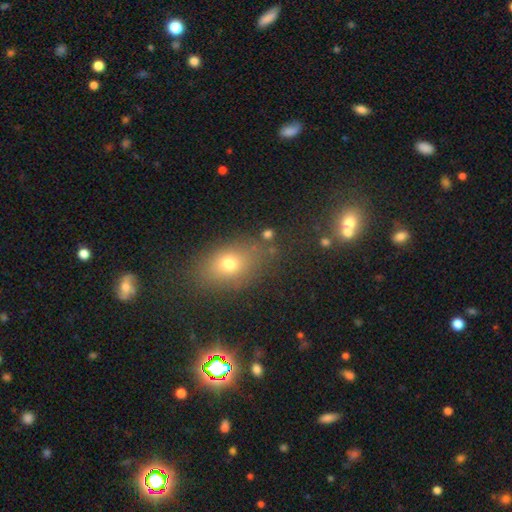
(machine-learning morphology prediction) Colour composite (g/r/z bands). It shows a smooth galaxy with no disk features (59%) that is in between round and cigar-shaped (67%). Merging: none (78%).